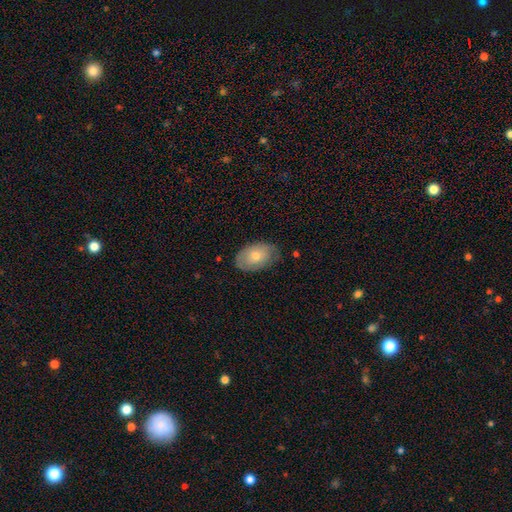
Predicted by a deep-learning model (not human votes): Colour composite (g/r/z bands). It shows a smooth galaxy with no disk features (63%) that is in between round and cigar-shaped (89%). Merging: none (74%).